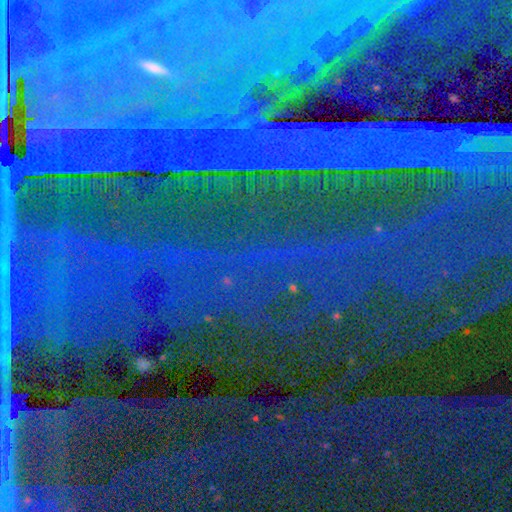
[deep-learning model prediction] Q: Smooth or featured?
A: star or artifact (86%); runner-up: featured or disk (7%)